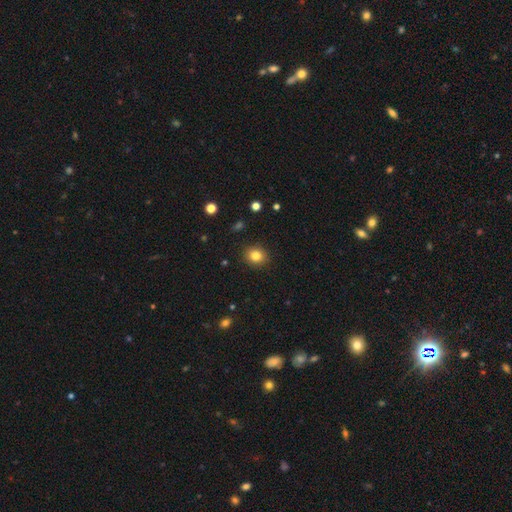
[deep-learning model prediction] Overall: smooth (83%). How rounded: round (74%). Merging: none (89%).